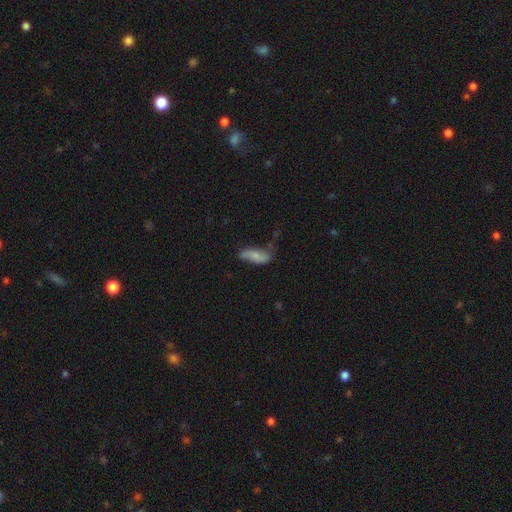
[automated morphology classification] smooth-or-featured: smooth: 58% | featured or disk: 34% | star or artifact: 8%
  how-rounded: in between: 71% | cigar-shaped: 26% | round: 3%
  merging: none: 47% | minor disturbance: 33% | major disturbance: 14% | merger: 6%